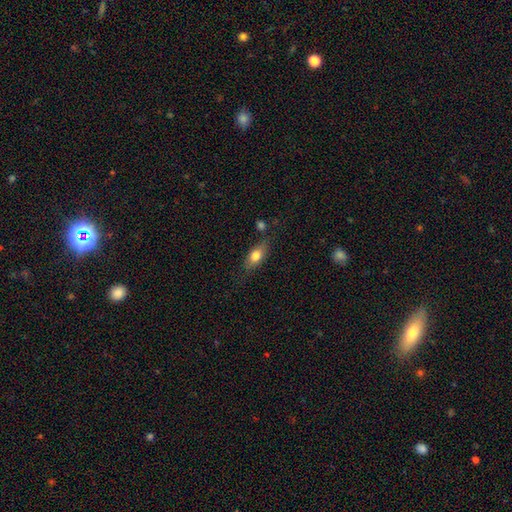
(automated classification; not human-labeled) Q: Smooth or featured?
A: smooth (77%); runner-up: featured or disk (16%)
Q: How rounded?
A: in between (82%); runner-up: cigar-shaped (10%)
Q: Merging?
A: none (71%); runner-up: minor disturbance (18%)